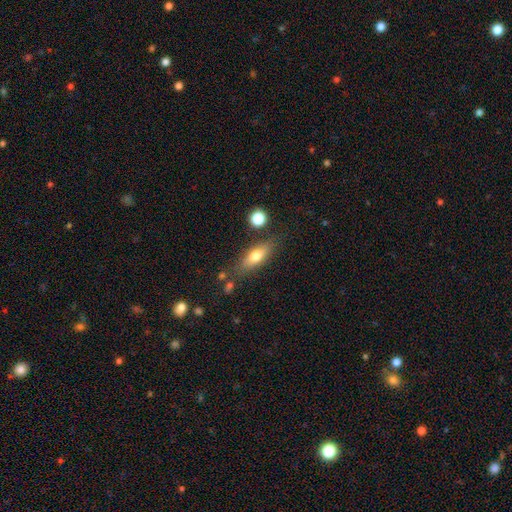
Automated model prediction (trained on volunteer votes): Smooth or featured: smooth — 67% (featured or disk — 25%)
How rounded: in between — 61% (cigar-shaped — 34%)
Merging: none — 75% (minor disturbance — 15%)